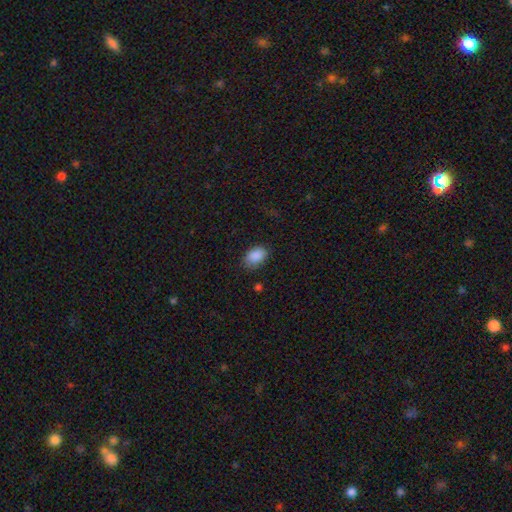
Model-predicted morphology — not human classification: smooth-or-featured: smooth: 89% | star or artifact: 7% | featured or disk: 4%
  how-rounded: in between: 87% | round: 12% | cigar-shaped: 1%
  merging: none: 78% | minor disturbance: 17% | major disturbance: 4% | merger: 1%